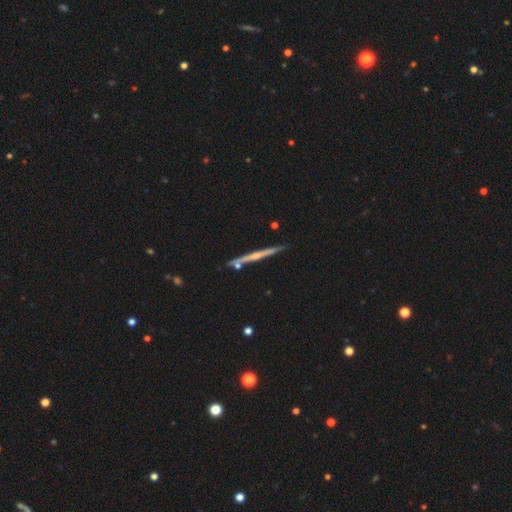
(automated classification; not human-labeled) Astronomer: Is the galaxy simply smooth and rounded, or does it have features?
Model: featured or disk — 69%.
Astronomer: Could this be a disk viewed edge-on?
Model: yes — 98%.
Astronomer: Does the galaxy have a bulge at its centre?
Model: rounded — 48% (runner-up: none, 45%).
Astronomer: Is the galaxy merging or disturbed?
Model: none — 83%.